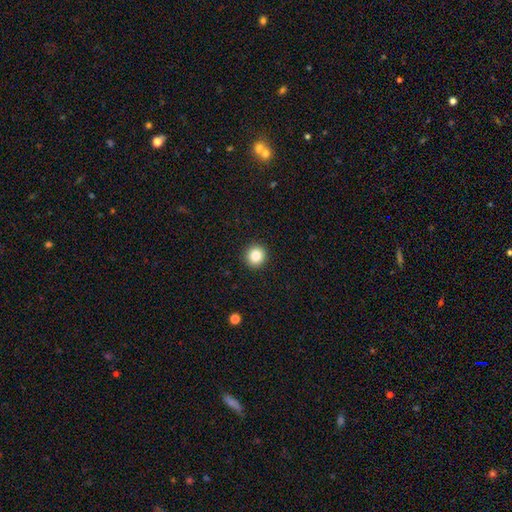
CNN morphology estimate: smooth_or_featured: smooth (p=0.84) [alt: star or artifact p=0.11]
how_rounded: round (p=0.95) [alt: in between p=0.04]
merging: none (p=0.93) [alt: minor disturbance p=0.04]